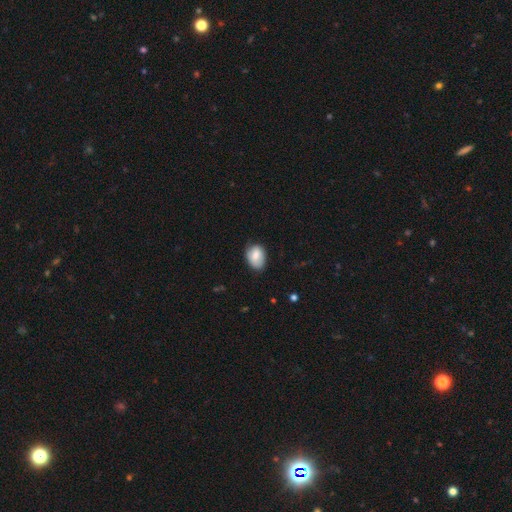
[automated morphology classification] Q: Smooth or featured?
A: smooth (79%); runner-up: featured or disk (14%)
Q: How rounded?
A: in between (77%); runner-up: round (22%)
Q: Merging?
A: none (68%); runner-up: minor disturbance (27%)